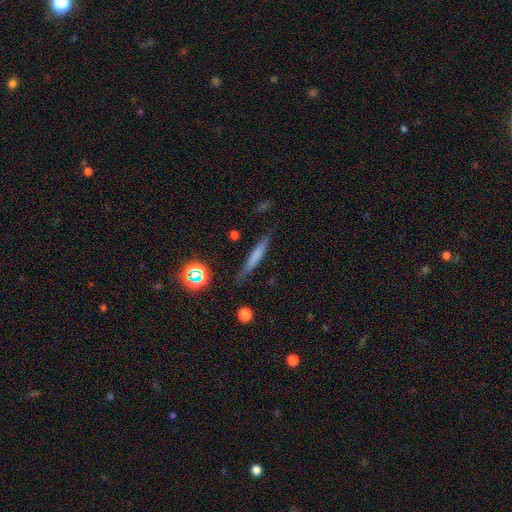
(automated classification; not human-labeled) Smooth or featured: smooth — 64% (featured or disk — 26%)
How rounded: cigar-shaped — 92% (in between — 5%)
Merging: none — 81% (minor disturbance — 14%)